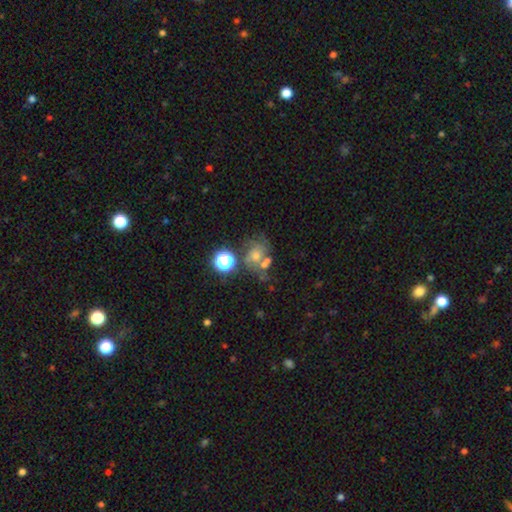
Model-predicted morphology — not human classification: smooth_or_featured: featured or disk (p=0.37) [tied with: smooth p=0.37]
merging: none (p=0.40) [alt: merger p=0.28]